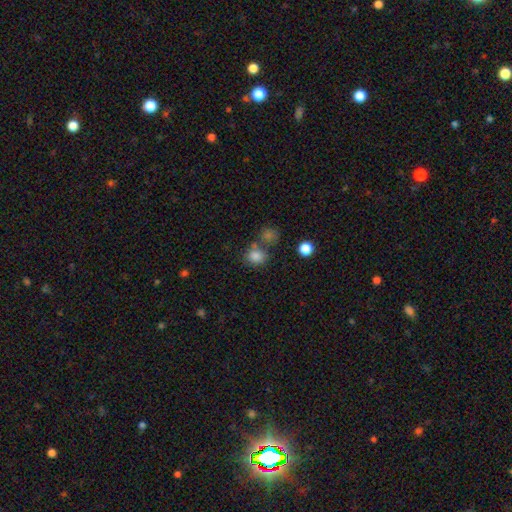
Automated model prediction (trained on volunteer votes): smooth_or_featured: smooth (p=0.81) [alt: star or artifact p=0.12]
how_rounded: round (p=0.69) [alt: in between p=0.30]
merging: none (p=0.56) [alt: merger p=0.26]